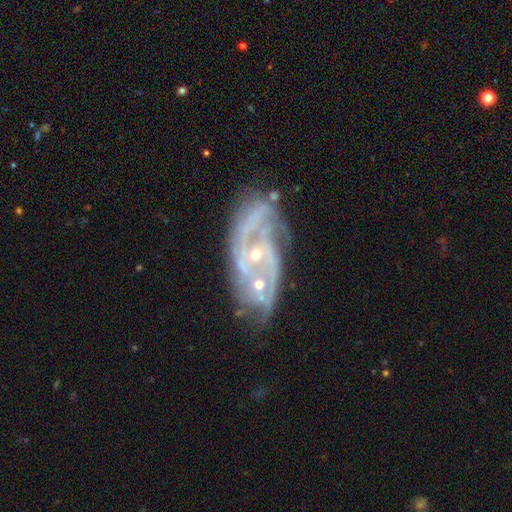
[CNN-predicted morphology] smooth_or_featured: featured or disk (p=0.84) [alt: smooth p=0.08]
disk_edge_on: no (p=0.95) [alt: yes p=0.05]
bar: no (p=0.66) [alt: weak p=0.25]
has_spiral_arms: yes (p=0.89) [alt: no p=0.11]
spiral_winding: medium (p=0.42) [alt: tight p=0.39]
spiral_arm_count: 2 (p=0.39) [alt: can't tell p=0.25]
bulge_size: small (p=0.72) [alt: moderate p=0.22]
merging: none (p=0.40) [alt: merger p=0.24]